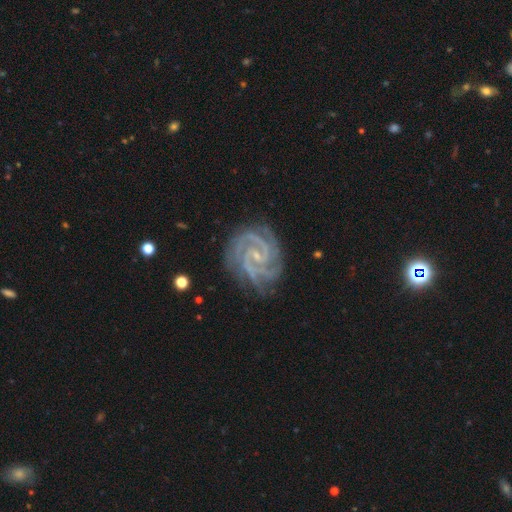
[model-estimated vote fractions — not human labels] Smooth or featured? Predicted: featured or disk (p=0.93). Edge-on disk? Predicted: no (p=0.98). Bar? Predicted: no (p=0.46). Spiral arms? Predicted: yes (p=0.99). Spiral winding? Predicted: tight (p=0.74). Spiral arm count? Predicted: 2 (p=0.35). Bulge size? Predicted: small (p=0.82). Merging? Predicted: none (p=0.79).